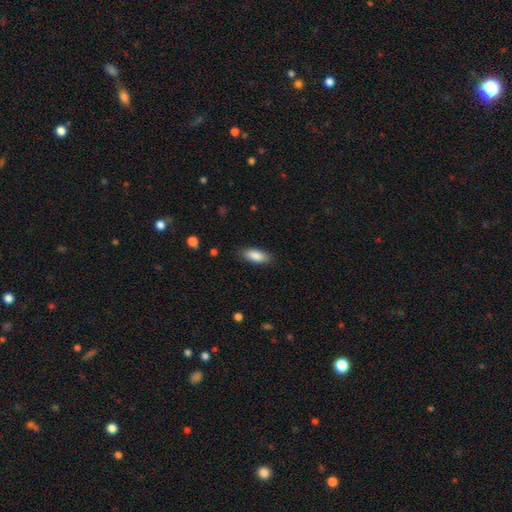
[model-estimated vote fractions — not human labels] This appears to be a smooth galaxy with no disk features (87%) that is in between round and cigar-shaped (81%). Merging: none (86%).